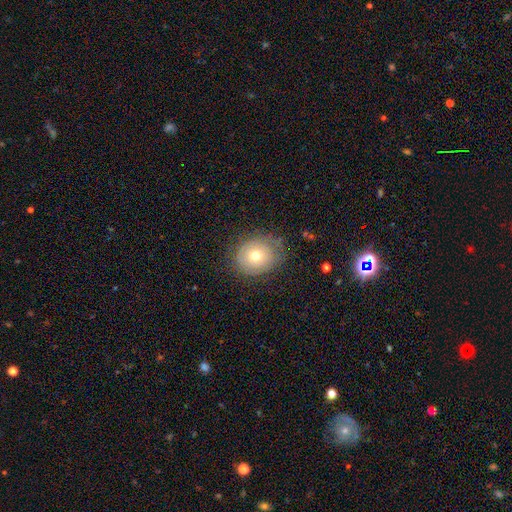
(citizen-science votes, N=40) smooth_or_featured: smooth (p=0.45) [tied with: featured or disk p=0.45]
how_rounded: round (p=0.61) [alt: in between p=0.39]
merging: none (p=0.83) [alt: minor disturbance p=0.17]